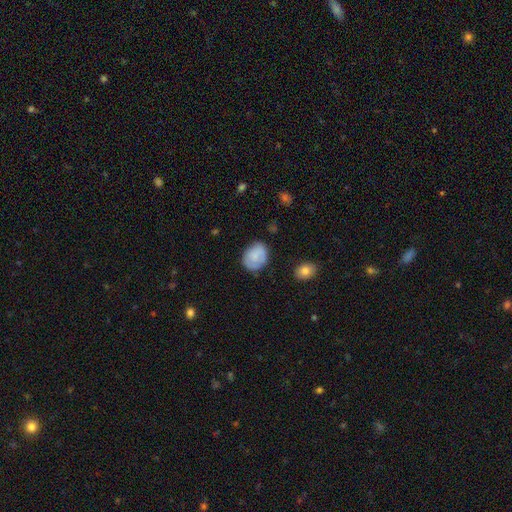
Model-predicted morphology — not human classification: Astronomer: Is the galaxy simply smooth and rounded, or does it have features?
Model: smooth — 78%.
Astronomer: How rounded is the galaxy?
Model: in between — 52% (runner-up: round, 47%).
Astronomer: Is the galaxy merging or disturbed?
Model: none — 70%.